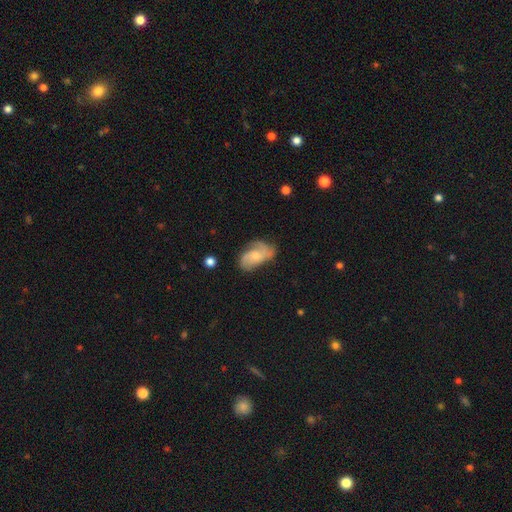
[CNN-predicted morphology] Overall: featured or disk (61%; smooth 32%). Edge-on disk: no (96%). Bar: no (67%; weak 28%). Spiral arms: yes (89%). Spiral arm count: 2 (50%; 3 19%). Spiral winding: medium (44%; loose 30%). Bulge size: small (48%; moderate 32%). Merging: none (50%; minor disturbance 29%).